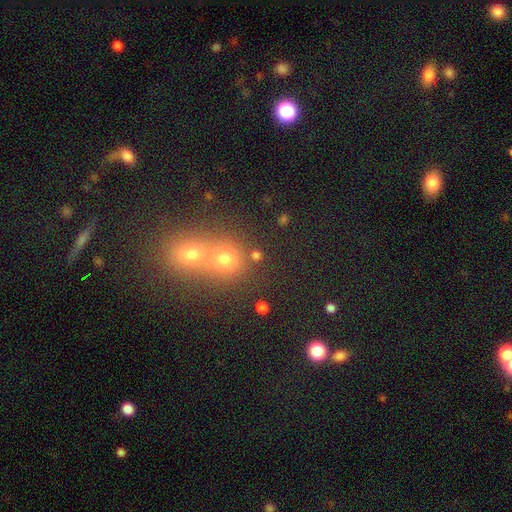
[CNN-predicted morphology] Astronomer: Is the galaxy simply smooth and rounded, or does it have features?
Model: smooth — 64%.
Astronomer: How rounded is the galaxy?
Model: round — 82%.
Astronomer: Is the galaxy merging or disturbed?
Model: merger — 51% (runner-up: none, 41%).